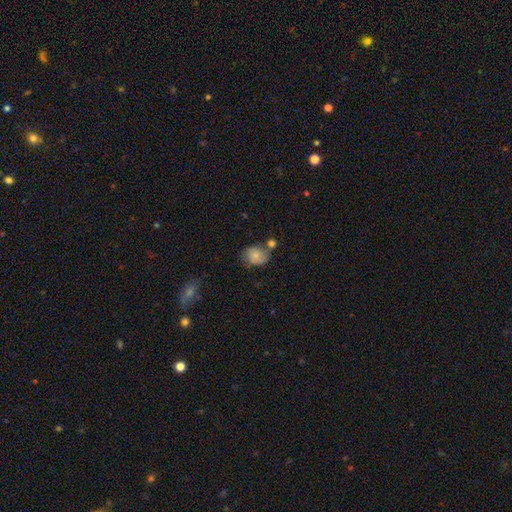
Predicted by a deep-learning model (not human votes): This is likely a smooth galaxy (73%). How rounded: possibly in between (55%). Merging: possibly none (52%).